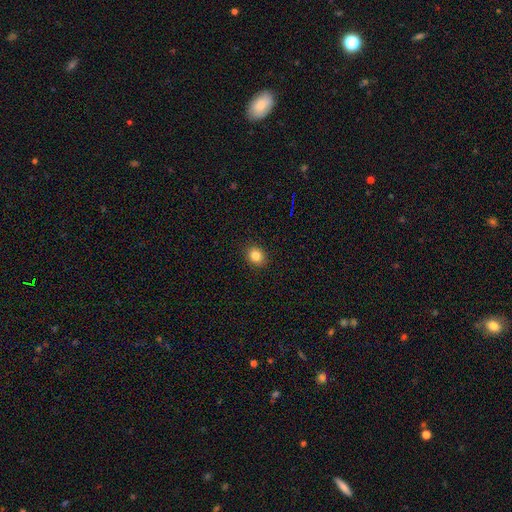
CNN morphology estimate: smooth 84%, star or artifact 10%, featured or disk 5%. Down the decision tree: how rounded — round (60%); merging — none (91%).